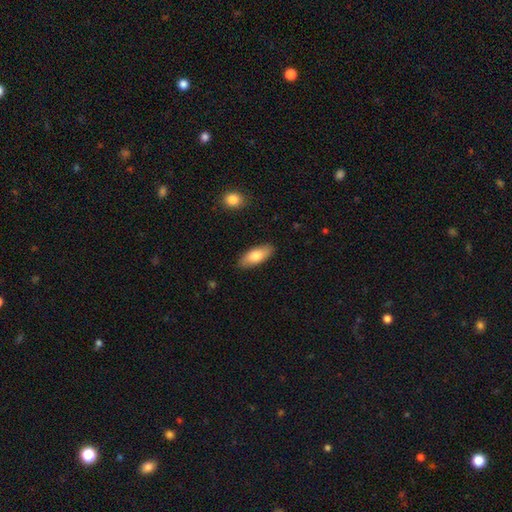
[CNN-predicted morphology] Smooth or featured? smooth (78%)
How rounded? in between (80%)
Merging? none (88%)